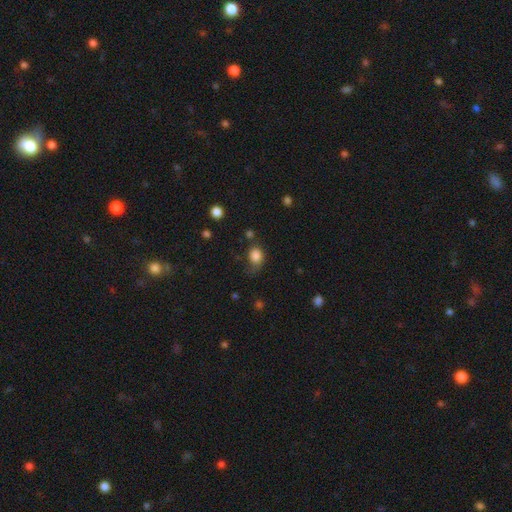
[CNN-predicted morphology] Smooth or featured? Predicted: smooth (p=0.84). How rounded? Predicted: round (p=0.52). Merging? Predicted: none (p=0.50).